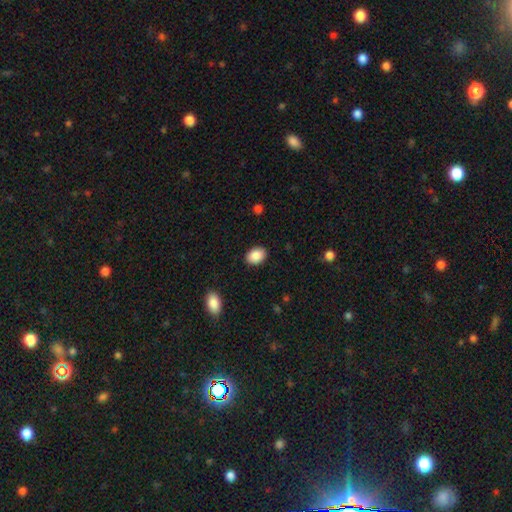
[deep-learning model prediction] Morphology: type=smooth (89%); roundness=in between (81%); merging=none (89%).